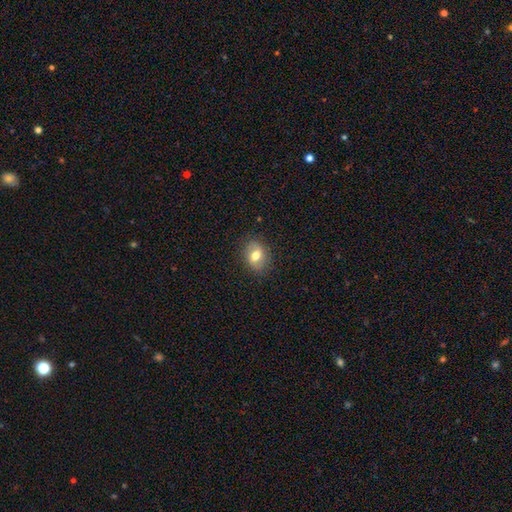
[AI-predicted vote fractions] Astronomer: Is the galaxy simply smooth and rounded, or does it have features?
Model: smooth — 63%.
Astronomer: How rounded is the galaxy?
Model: in between — 56% (runner-up: round, 43%).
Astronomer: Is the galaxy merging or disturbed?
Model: none — 85%.